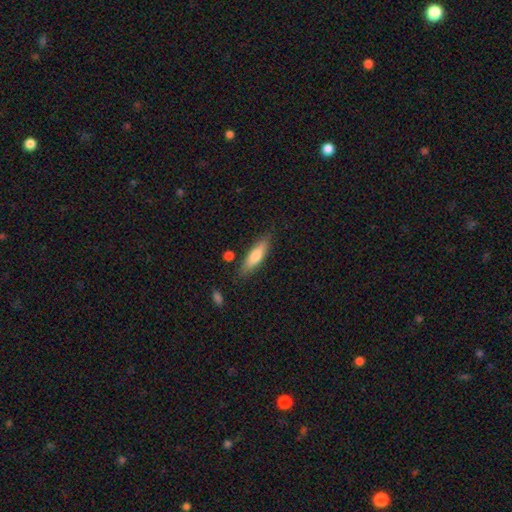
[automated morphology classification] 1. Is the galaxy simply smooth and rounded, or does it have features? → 74% smooth, 20% featured or disk, 6% star or artifact.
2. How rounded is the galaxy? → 57% cigar-shaped, 41% in between, 2% round.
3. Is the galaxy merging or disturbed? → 81% none, 13% minor disturbance, 3% merger, 3% major disturbance.